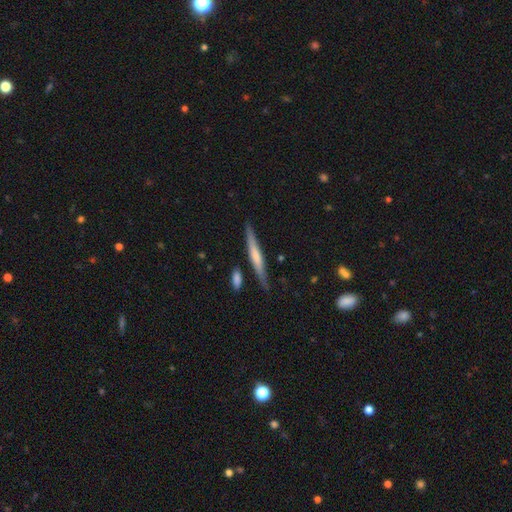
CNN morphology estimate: A featured or disk galaxy (48%).

Vote fractions:
- Smooth or featured? featured or disk: 48% / smooth: 46% / star or artifact: 5%
- Merging? none: 82% / minor disturbance: 11% / merger: 4% / major disturbance: 2%